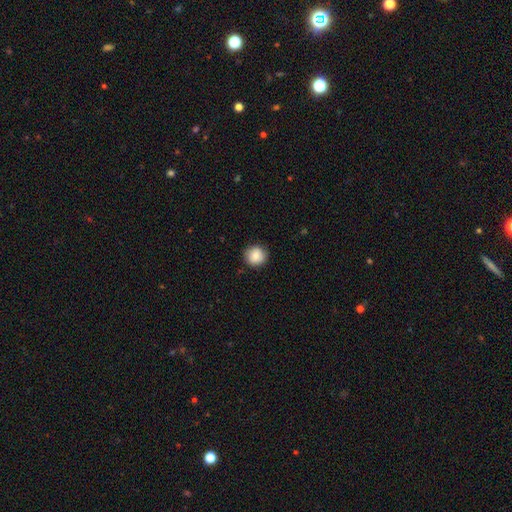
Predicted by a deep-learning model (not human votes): A smooth galaxy with no disk features (83%) that is round (90%).

Vote fractions:
- Smooth or featured? smooth: 83% / featured or disk: 8% / star or artifact: 8%
- How rounded? round: 90% / in between: 9% / cigar-shaped: 1%
- Merging? none: 88% / minor disturbance: 9% / major disturbance: 2% / merger: 1%